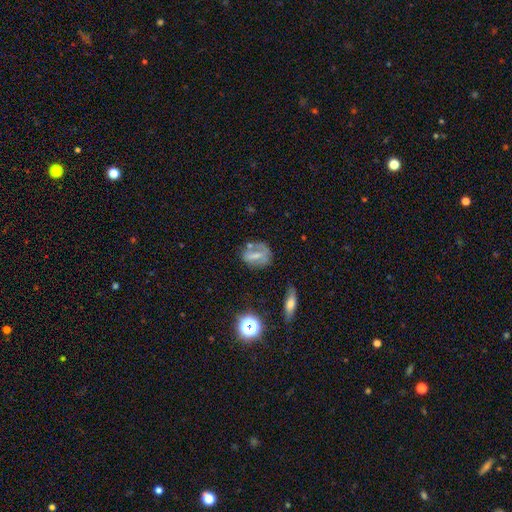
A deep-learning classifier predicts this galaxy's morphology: Smooth or featured?
  - smooth: 44% *
  - featured or disk: 43%
  - star or artifact: 13%
Merging?
  - none: 52% *
  - minor disturbance: 25%
  - major disturbance: 16%
  - merger: 7%